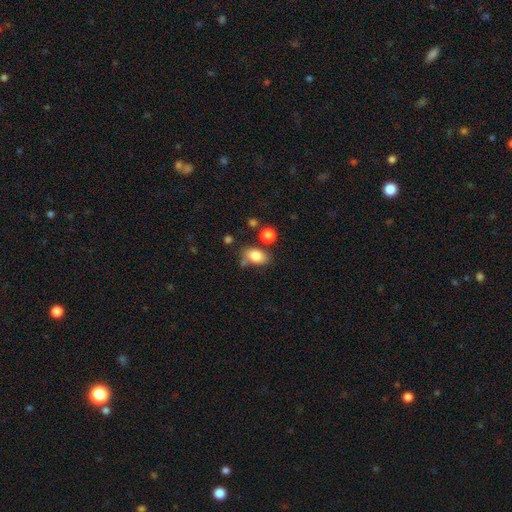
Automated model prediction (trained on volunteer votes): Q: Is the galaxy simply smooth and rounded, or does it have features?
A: smooth — 81%.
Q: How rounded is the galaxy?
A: in between — 83%.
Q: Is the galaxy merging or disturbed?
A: none — 65%.